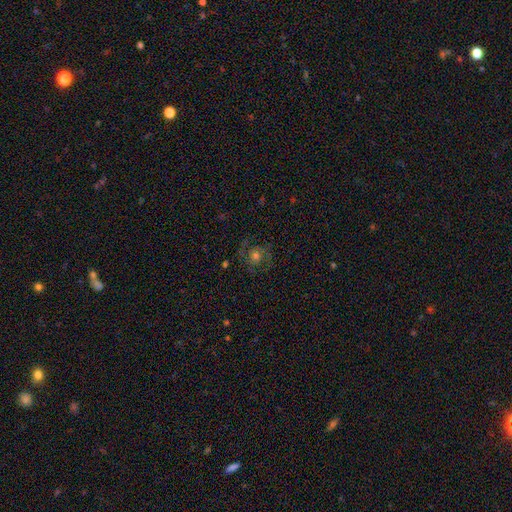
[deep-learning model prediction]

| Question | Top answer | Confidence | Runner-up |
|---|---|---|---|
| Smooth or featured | featured or disk | 59% | smooth (27%) |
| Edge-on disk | no | 97% | yes (3%) |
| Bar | no | 72% | weak (23%) |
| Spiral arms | yes | 86% | no (14%) |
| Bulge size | moderate | 61% | small (24%) |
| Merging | none | 75% | minor disturbance (14%) |